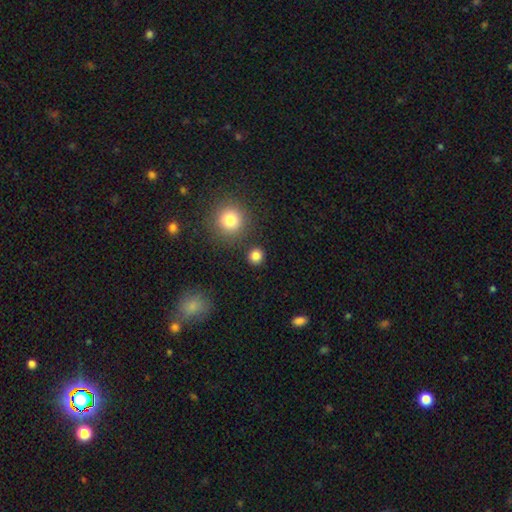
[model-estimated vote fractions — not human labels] Smooth or featured?
  - smooth: 83% *
  - star or artifact: 13%
  - featured or disk: 4%
How rounded?
  - round: 91% *
  - in between: 8%
  - cigar-shaped: 1%
Merging?
  - none: 87% *
  - minor disturbance: 6%
  - merger: 4%
  - major disturbance: 3%